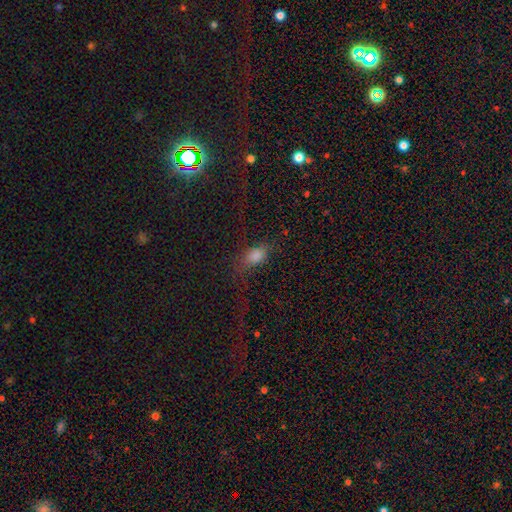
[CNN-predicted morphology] smooth_or_featured: smooth (p=0.69) [alt: star or artifact p=0.17]
how_rounded: in between (p=0.78) [alt: cigar-shaped p=0.11]
merging: none (p=0.56) [alt: major disturbance p=0.21]